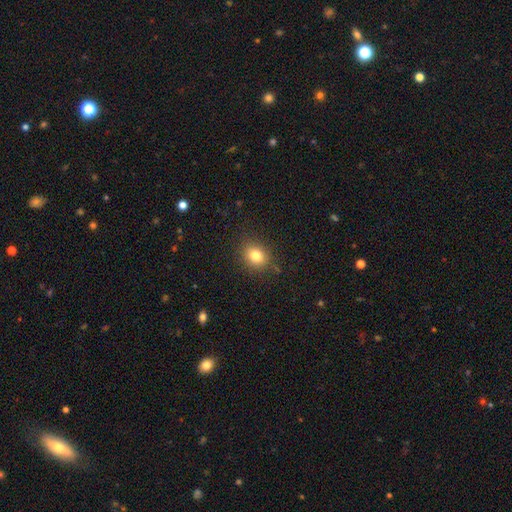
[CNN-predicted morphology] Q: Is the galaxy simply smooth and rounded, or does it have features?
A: smooth — 80%.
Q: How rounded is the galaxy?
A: round — 61%.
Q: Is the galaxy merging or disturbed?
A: none — 86%.